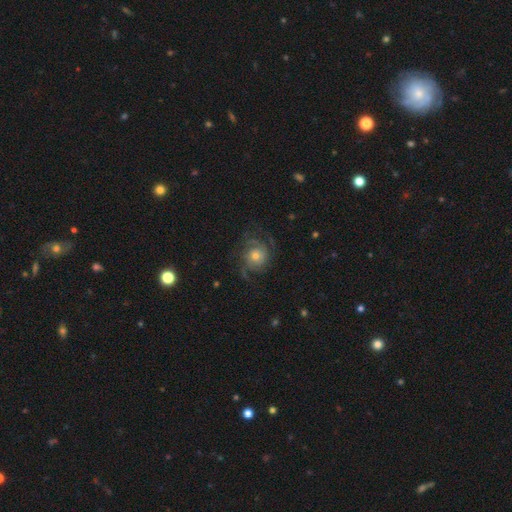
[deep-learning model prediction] Smooth or featured: featured or disk — 74% (smooth — 16%)
Edge-on disk: no — 98% (yes — 2%)
Bar: no — 78% (weak — 18%)
Spiral arms: yes — 93% (no — 7%)
Spiral winding: medium — 41% (tight — 38%)
Spiral arm count: 2 — 26% (tied with 3 — 26%)
Bulge size: moderate — 53% (small — 36%)
Merging: none — 67% (minor disturbance — 16%)